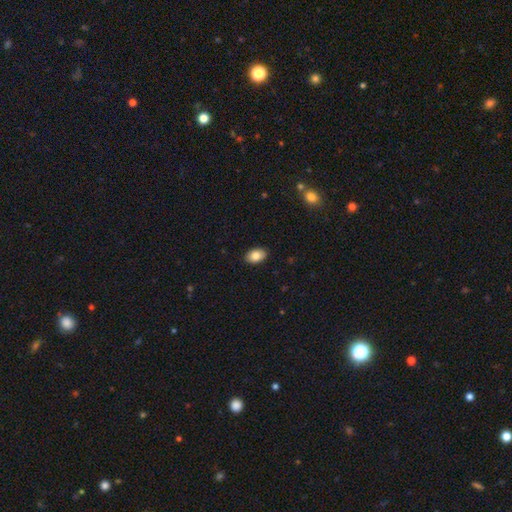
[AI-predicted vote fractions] This is clearly a smooth galaxy (85%). How rounded: clearly in between (89%). Merging: clearly none (89%).